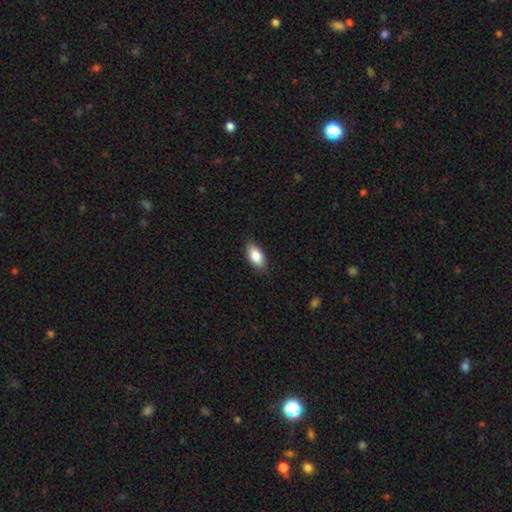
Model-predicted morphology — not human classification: The model was most divided on "smooth or featured": smooth: 84%, featured or disk: 9%, star or artifact: 7%. More confident: how rounded — in between (91%); merging — none (86%).